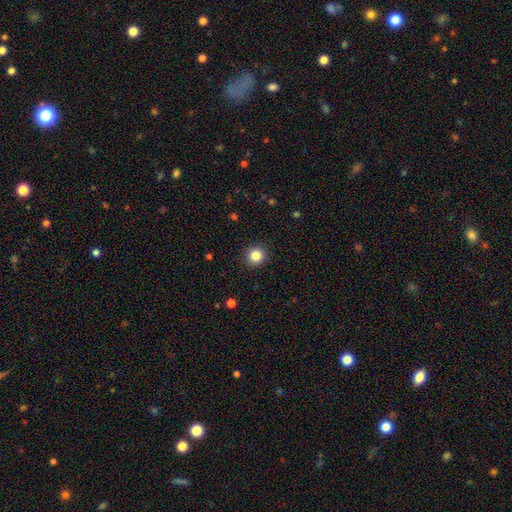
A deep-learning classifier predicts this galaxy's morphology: Smooth or featured? Predicted: smooth (p=0.85). How rounded? Predicted: round (p=0.93). Merging? Predicted: none (p=0.91).